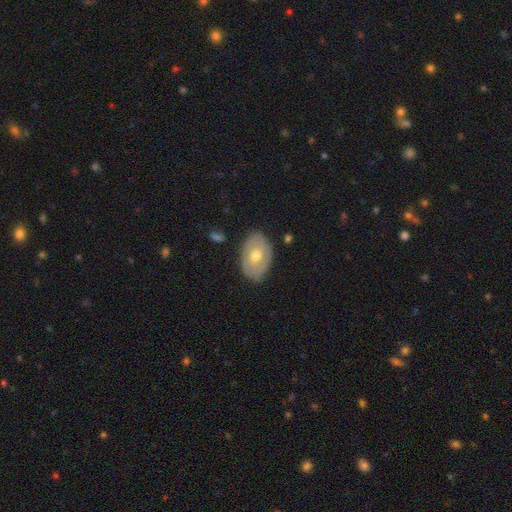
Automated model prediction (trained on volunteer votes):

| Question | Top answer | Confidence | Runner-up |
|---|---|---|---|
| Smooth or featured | featured or disk | 49% | smooth (45%) |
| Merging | none | 79% | minor disturbance (16%) |